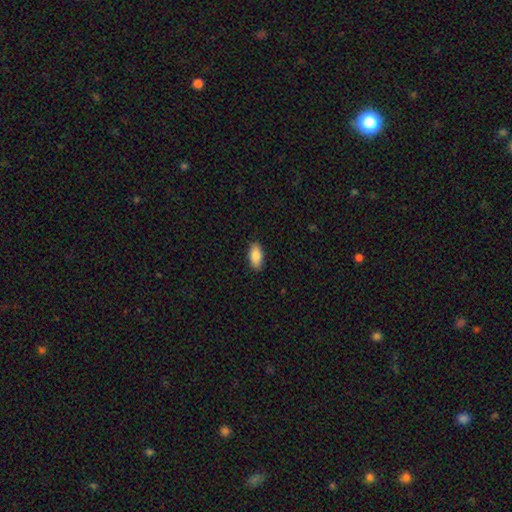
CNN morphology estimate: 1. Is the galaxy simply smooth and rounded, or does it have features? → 86% smooth, 8% featured or disk, 7% star or artifact.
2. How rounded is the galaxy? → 91% in between, 6% cigar-shaped, 3% round.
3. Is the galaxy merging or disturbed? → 89% none, 8% minor disturbance, 2% major disturbance, 1% merger.